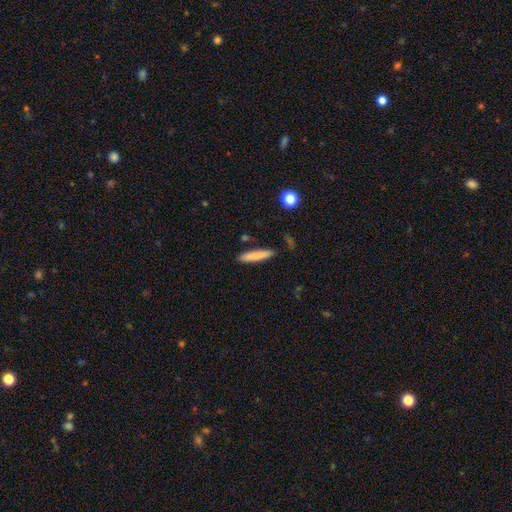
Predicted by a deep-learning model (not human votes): This is clearly a smooth galaxy (81%). How rounded: clearly cigar-shaped (87%). Merging: clearly none (87%).